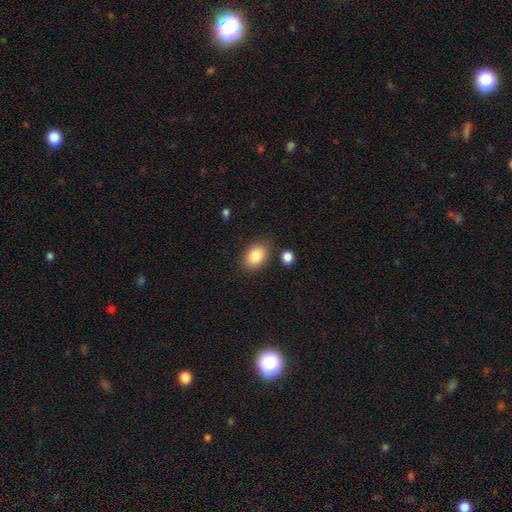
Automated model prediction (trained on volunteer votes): This is clearly a smooth galaxy (85%). How rounded: clearly in between (82%). Merging: clearly none (81%).